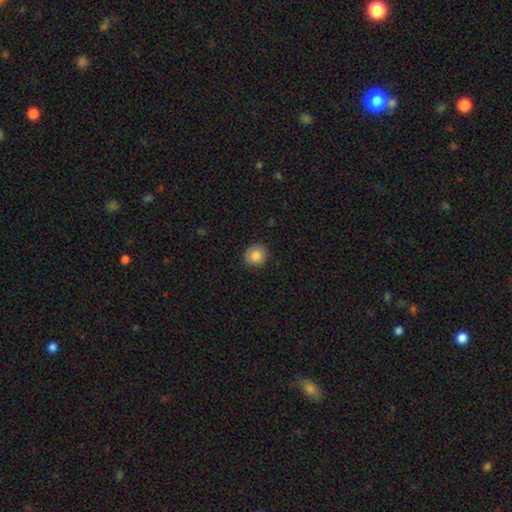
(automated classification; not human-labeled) smooth 84%, star or artifact 9%, featured or disk 7%. Down the decision tree: how rounded — round (89%); merging — none (90%).